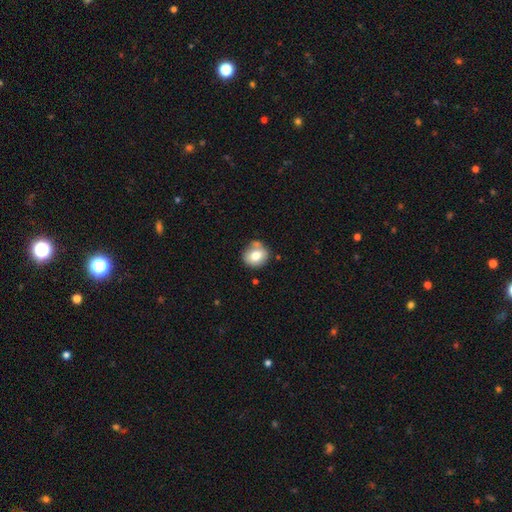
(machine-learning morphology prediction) The model was most divided on "merging": none: 66%, minor disturbance: 16%, merger: 15%, major disturbance: 4%. More confident: how rounded — round (77%); smooth or featured — smooth (77%).